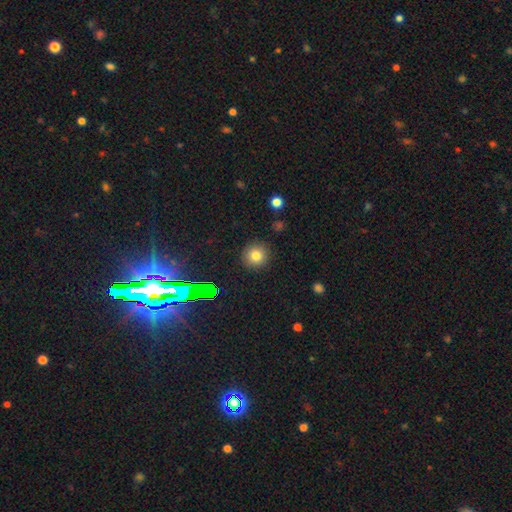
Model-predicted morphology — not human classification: The model was most divided on "smooth or featured": smooth: 77%, star or artifact: 15%, featured or disk: 8%. More confident: how rounded — round (93%); merging — none (90%).